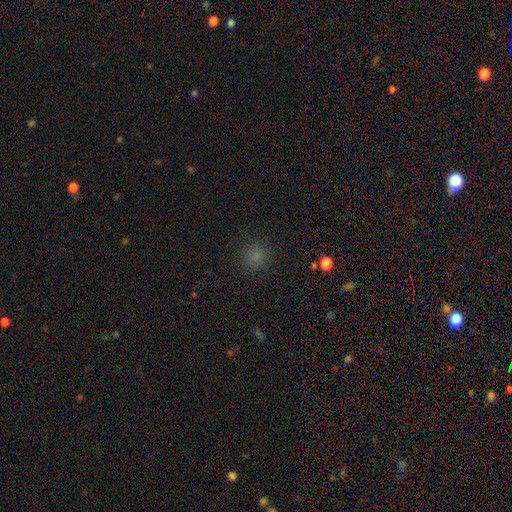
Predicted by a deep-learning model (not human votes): A smooth galaxy with no disk features (77%) that is round (90%). Merging: none (88%).